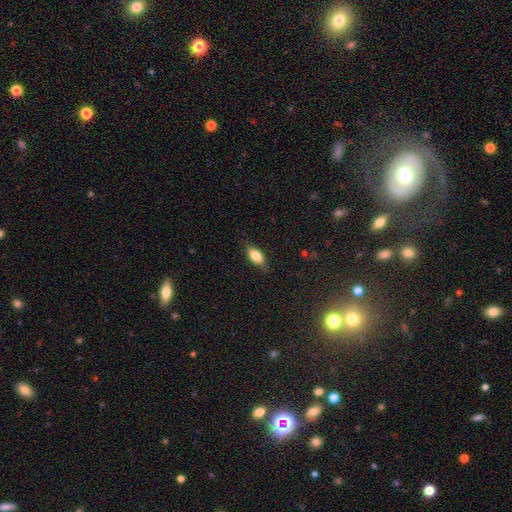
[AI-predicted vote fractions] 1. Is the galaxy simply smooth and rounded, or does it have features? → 78% smooth, 14% featured or disk, 7% star or artifact.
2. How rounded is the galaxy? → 85% in between, 11% cigar-shaped, 4% round.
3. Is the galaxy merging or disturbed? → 76% none, 19% minor disturbance, 4% major disturbance, 1% merger.